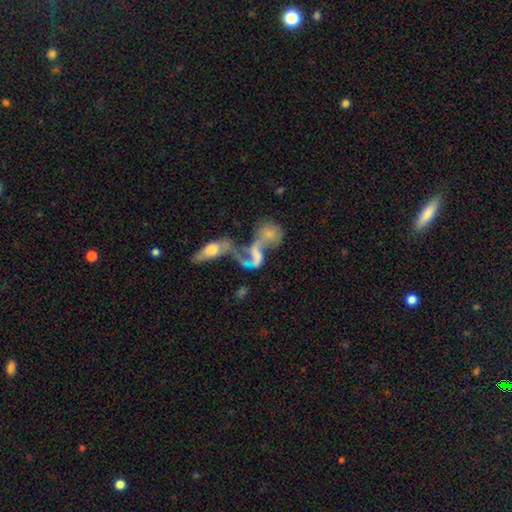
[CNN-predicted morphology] smooth-or-featured: featured or disk: 47% | smooth: 40% | star or artifact: 13%
  merging: merger: 74% | major disturbance: 12% | none: 8% | minor disturbance: 5%